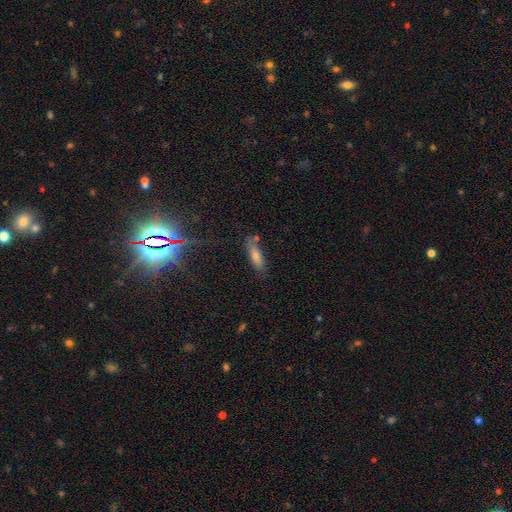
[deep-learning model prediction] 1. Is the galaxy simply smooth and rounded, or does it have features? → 78% smooth, 13% featured or disk, 9% star or artifact.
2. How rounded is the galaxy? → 51% cigar-shaped, 47% in between, 2% round.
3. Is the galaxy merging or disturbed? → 71% none, 18% minor disturbance, 7% merger, 4% major disturbance.